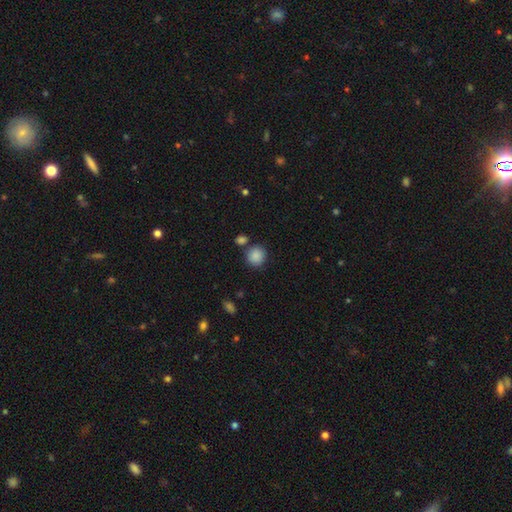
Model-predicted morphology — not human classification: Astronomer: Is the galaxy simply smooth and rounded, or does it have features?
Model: smooth — 88%.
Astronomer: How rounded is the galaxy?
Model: round — 87%.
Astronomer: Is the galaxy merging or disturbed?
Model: none — 75%.